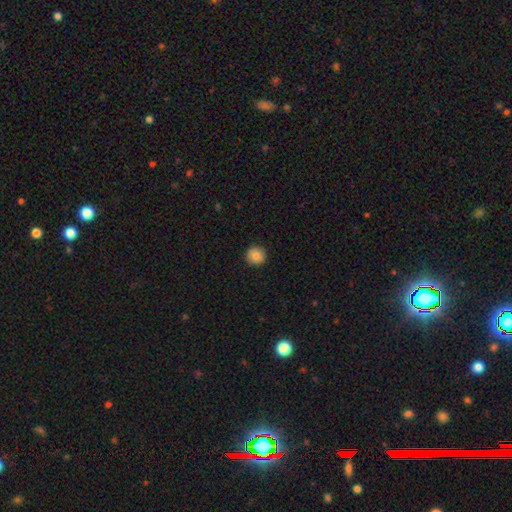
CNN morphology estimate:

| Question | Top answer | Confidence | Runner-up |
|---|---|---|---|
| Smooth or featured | smooth | 84% | star or artifact (8%) |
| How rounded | round | 95% | in between (4%) |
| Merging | none | 92% | minor disturbance (5%) |